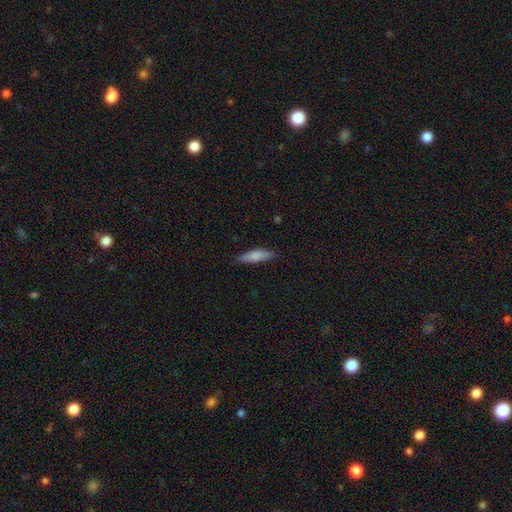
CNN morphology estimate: Overall: smooth (74%). How rounded: cigar-shaped (68%; in between 30%). Merging: none (84%).